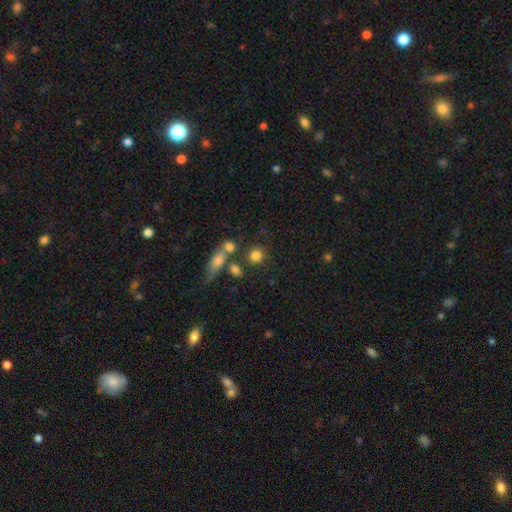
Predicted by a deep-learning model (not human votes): Smooth or featured: smooth — 80% (star or artifact — 11%)
How rounded: round — 85% (in between — 13%)
Merging: none — 67% (merger — 18%)